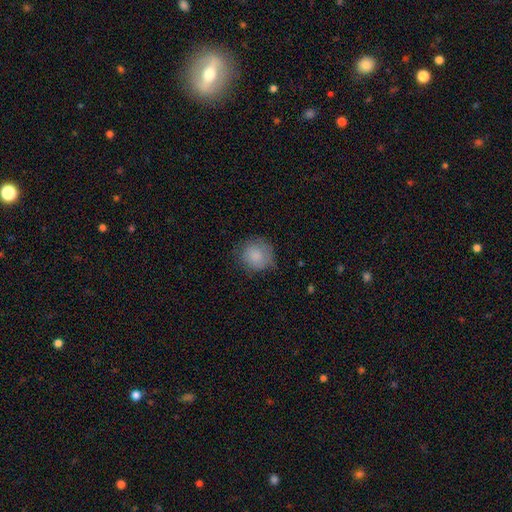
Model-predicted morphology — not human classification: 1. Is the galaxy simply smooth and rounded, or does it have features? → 83% smooth, 9% featured or disk, 8% star or artifact.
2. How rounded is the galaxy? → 89% round, 10% in between, 1% cigar-shaped.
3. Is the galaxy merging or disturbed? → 68% none, 24% minor disturbance, 7% major disturbance, 1% merger.